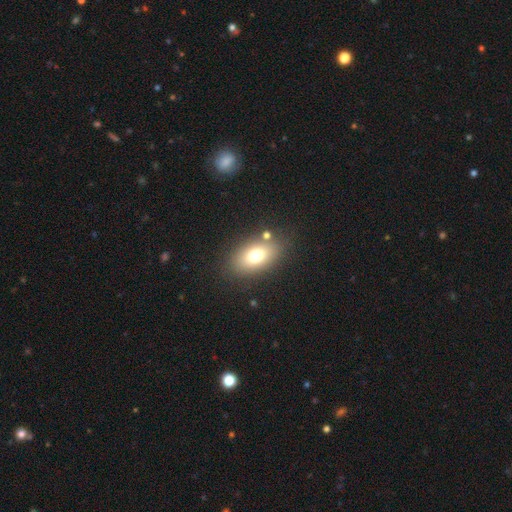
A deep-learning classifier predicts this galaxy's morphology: A smooth galaxy with no disk features (74%) that is in between round and cigar-shaped (86%).

Vote fractions:
- Smooth or featured? smooth: 74% / featured or disk: 15% / star or artifact: 11%
- How rounded? in between: 86% / round: 11% / cigar-shaped: 2%
- Merging? none: 79% / minor disturbance: 11% / merger: 6% / major disturbance: 4%